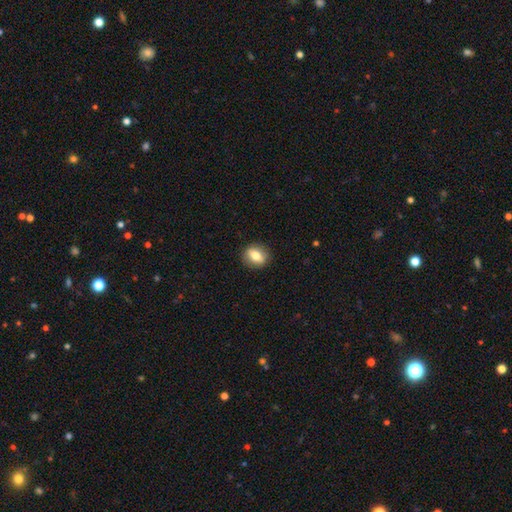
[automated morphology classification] This is likely a smooth galaxy (70%). How rounded: possibly round (55%). Merging: clearly none (89%).